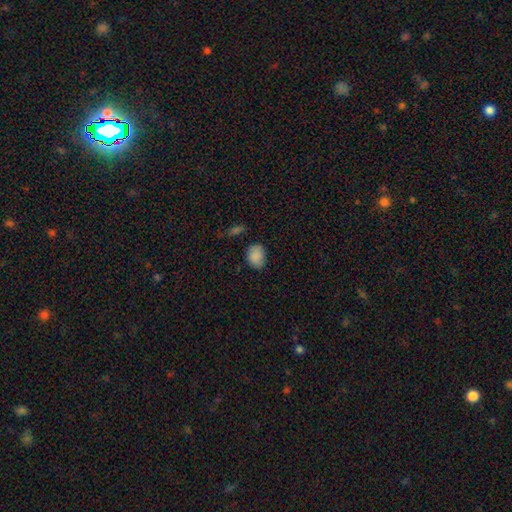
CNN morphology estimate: A smooth galaxy with no disk features (87%) that is in between round and cigar-shaped (68%).

Vote fractions:
- Smooth or featured? smooth: 87% / star or artifact: 9% / featured or disk: 4%
- How rounded? in between: 68% / round: 31% / cigar-shaped: 1%
- Merging? none: 75% / minor disturbance: 19% / major disturbance: 4% / merger: 3%